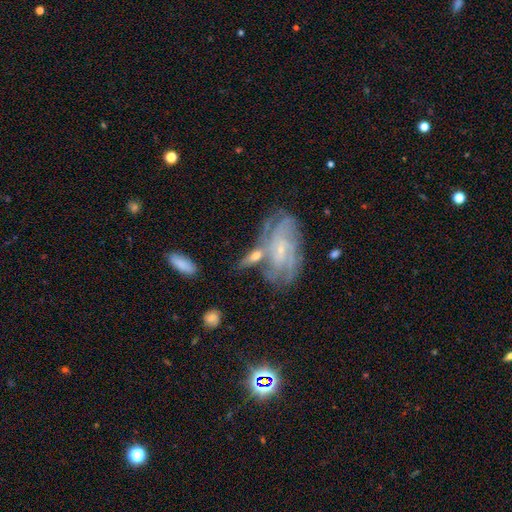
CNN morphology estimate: A featured or disk galaxy (65%) with no bar (60%), spiral arms (81%) and a small central bulge (71%).

Vote fractions:
- Smooth or featured? featured or disk: 65% / smooth: 28% / star or artifact: 7%
- Edge-on disk? no: 84% / yes: 16%
- Bar? no: 60% / weak: 31% / strong: 9%
- Spiral arms? yes: 81% / no: 19%
- Bulge size? small: 71% / moderate: 20% / none: 4% / large: 3% / dominant: 1%
- Merging? none: 45% / merger: 29% / minor disturbance: 18% / major disturbance: 8%